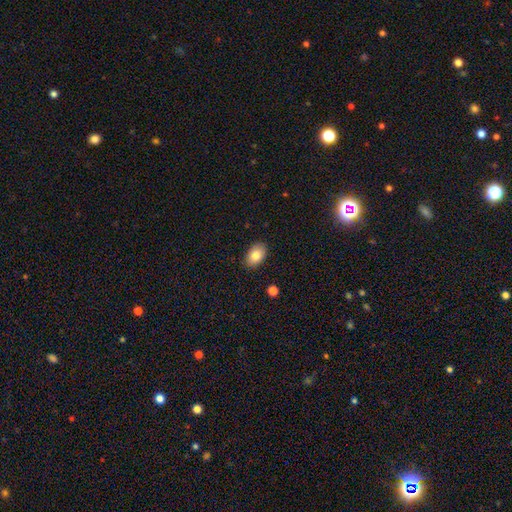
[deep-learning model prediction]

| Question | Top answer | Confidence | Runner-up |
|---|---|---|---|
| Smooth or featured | smooth | 82% | featured or disk (11%) |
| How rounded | in between | 87% | round (12%) |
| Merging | none | 88% | minor disturbance (9%) |